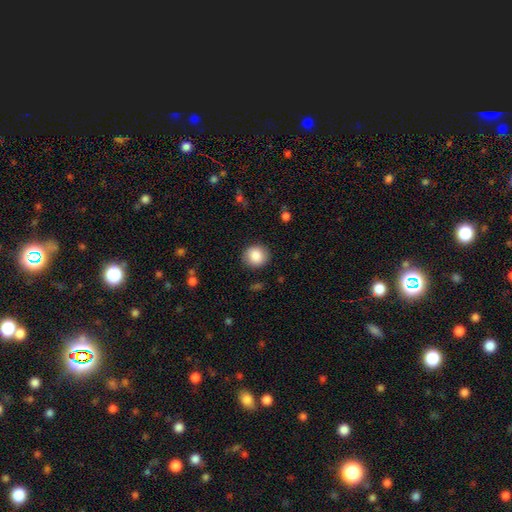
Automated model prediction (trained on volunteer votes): smooth_or_featured: smooth (p=0.86) [alt: star or artifact p=0.08]
how_rounded: round (p=0.86) [alt: in between p=0.13]
merging: none (p=0.90) [alt: minor disturbance p=0.07]